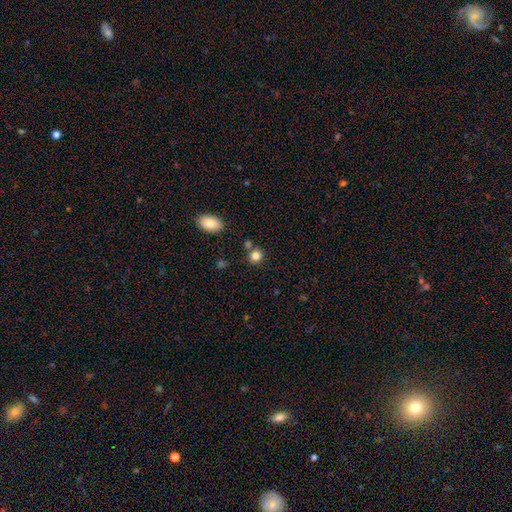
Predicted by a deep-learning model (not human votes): The model was most divided on "merging": none: 76%, merger: 13%, minor disturbance: 9%, major disturbance: 3%. More confident: how rounded — round (86%); smooth or featured — smooth (83%).